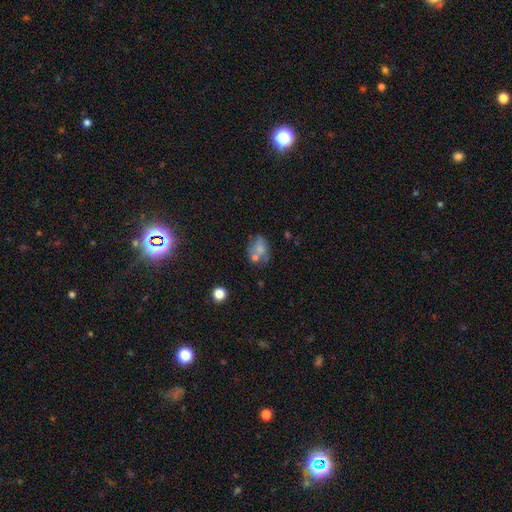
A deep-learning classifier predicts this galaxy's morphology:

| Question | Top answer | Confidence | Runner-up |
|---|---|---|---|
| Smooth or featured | smooth | 45% | featured or disk (29%) |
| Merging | none | 48% | merger (23%) |